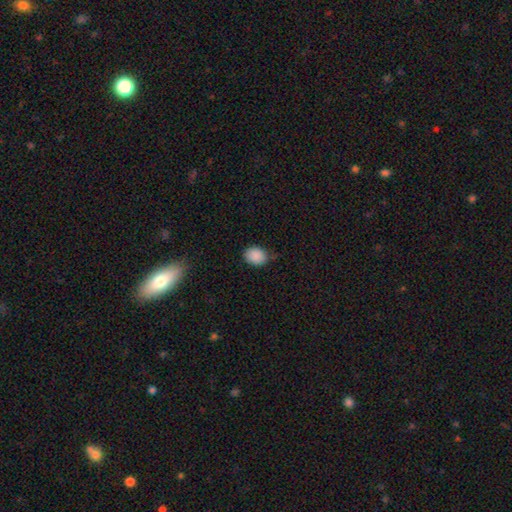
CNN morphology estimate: This appears to be a smooth galaxy with no disk features (88%) that is in between round and cigar-shaped (52%). Merging: none (75%).